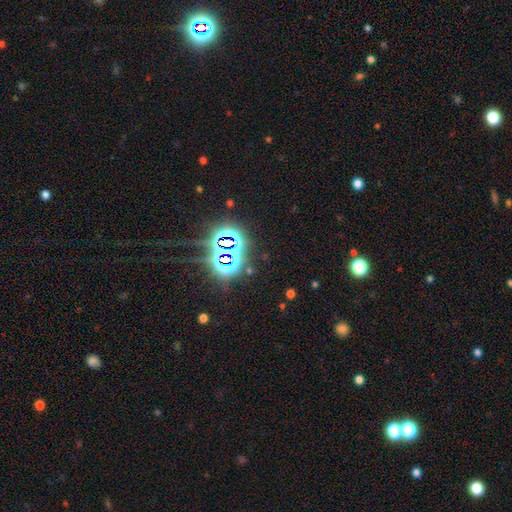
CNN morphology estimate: smooth_or_featured: star or artifact (p=0.82) [alt: smooth p=0.10]